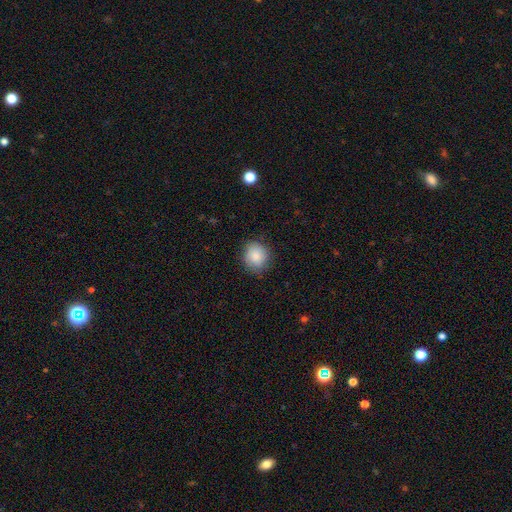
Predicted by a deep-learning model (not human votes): Morphology: type=smooth (85%); roundness=round (76%); merging=none (81%).